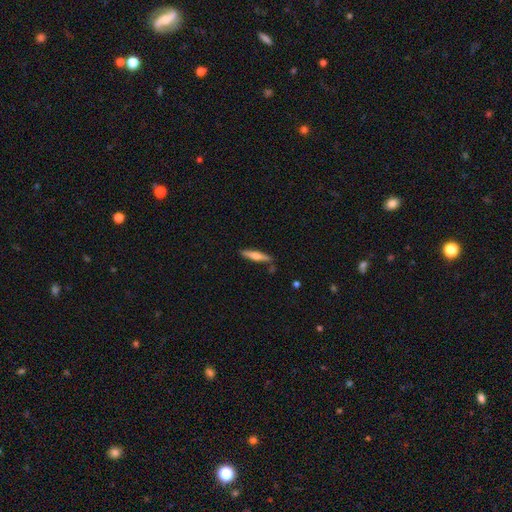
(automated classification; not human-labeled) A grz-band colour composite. It shows a smooth galaxy with no disk features (53%) that is cigar-shaped (85%). Merging: none (82%).